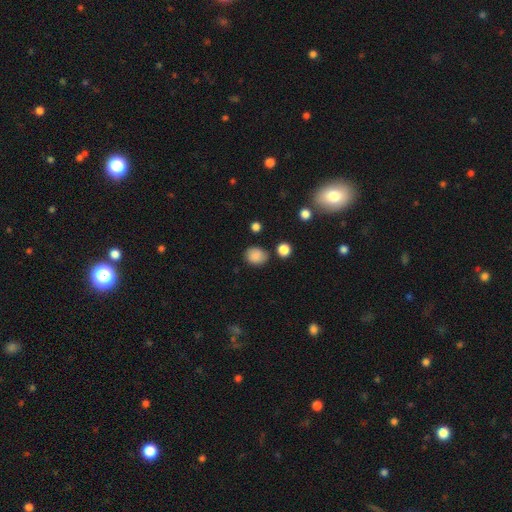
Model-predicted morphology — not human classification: Smooth or featured? smooth (85%)
How rounded? round (63%)
Merging? none (77%)